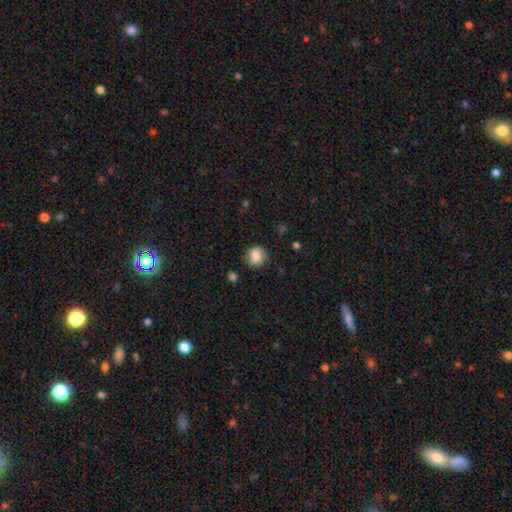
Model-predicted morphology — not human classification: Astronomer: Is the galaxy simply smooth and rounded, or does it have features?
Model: smooth — 80%.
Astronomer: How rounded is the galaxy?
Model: round — 84%.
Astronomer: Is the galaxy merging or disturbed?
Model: none — 81%.